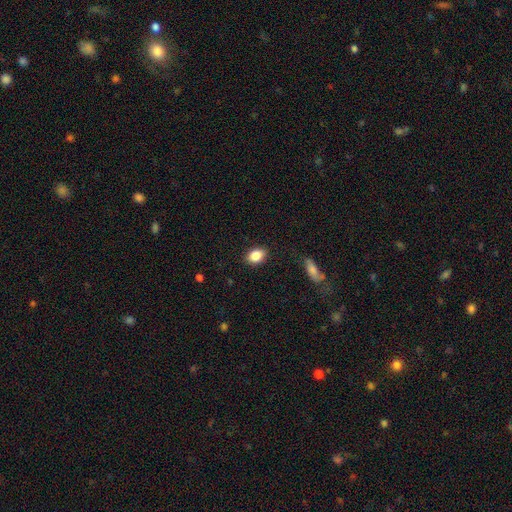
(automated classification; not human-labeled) Smooth or featured: smooth — 86% (star or artifact — 8%)
How rounded: in between — 74% (round — 25%)
Merging: none — 87% (minor disturbance — 10%)